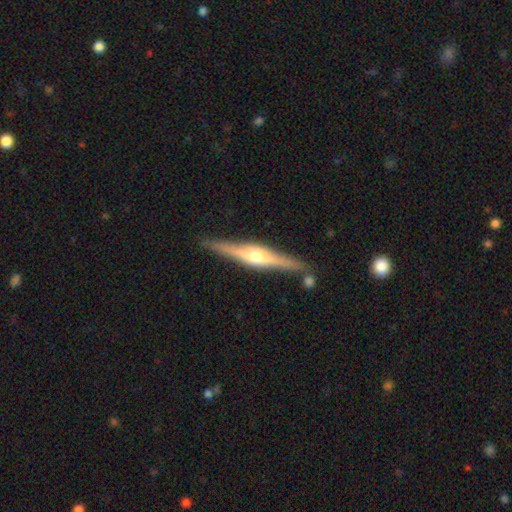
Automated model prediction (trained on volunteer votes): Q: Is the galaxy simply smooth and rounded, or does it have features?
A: featured or disk — 79%.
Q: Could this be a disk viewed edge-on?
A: yes — 98%.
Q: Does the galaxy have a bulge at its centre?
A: rounded — 90%.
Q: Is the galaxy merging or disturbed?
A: none — 86%.